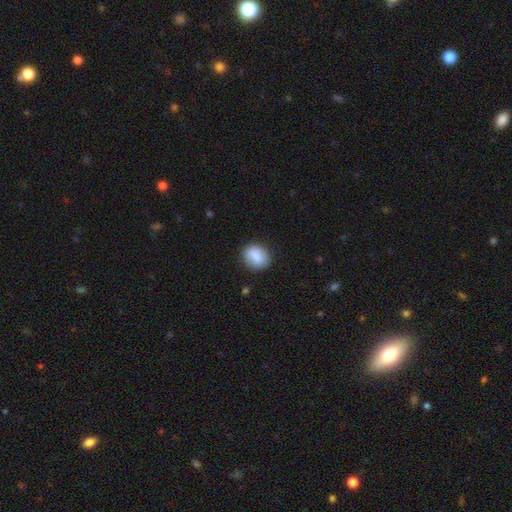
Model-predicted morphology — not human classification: Smooth or featured: smooth — 86% (star or artifact — 7%)
How rounded: round — 59% (in between — 40%)
Merging: none — 84% (minor disturbance — 12%)